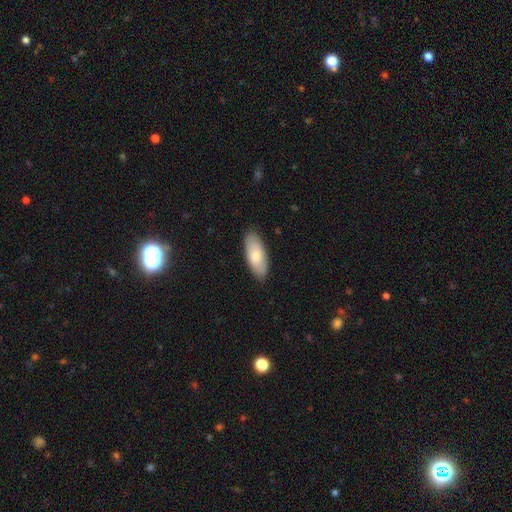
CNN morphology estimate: Smooth or featured? Predicted: smooth (p=0.77). How rounded? Predicted: in between (p=0.86). Merging? Predicted: none (p=0.87).